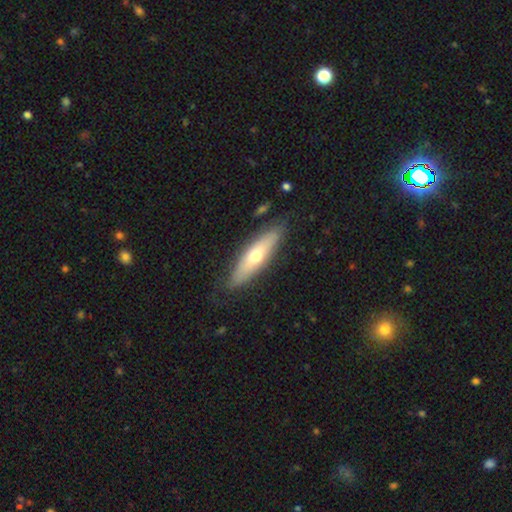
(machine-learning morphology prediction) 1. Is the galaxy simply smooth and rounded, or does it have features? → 51% smooth, 43% featured or disk, 6% star or artifact.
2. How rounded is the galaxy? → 66% cigar-shaped, 32% in between, 2% round.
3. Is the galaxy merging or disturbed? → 82% none, 13% minor disturbance, 3% major disturbance, 2% merger.